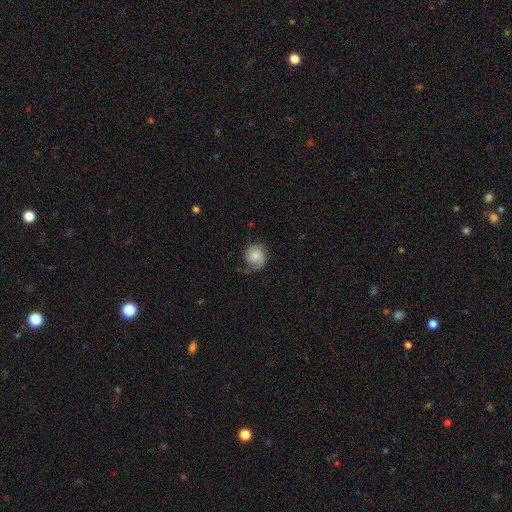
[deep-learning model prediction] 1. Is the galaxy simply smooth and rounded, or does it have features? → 57% smooth, 35% featured or disk, 8% star or artifact.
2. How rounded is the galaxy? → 78% round, 21% in between, 1% cigar-shaped.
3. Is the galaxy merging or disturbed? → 63% none, 26% minor disturbance, 9% major disturbance, 2% merger.